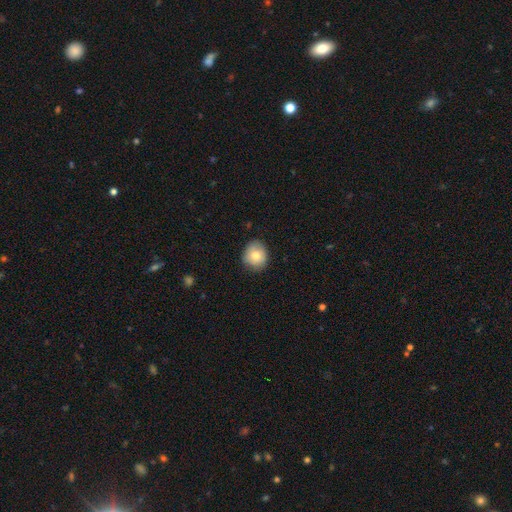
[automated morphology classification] Smooth or featured? smooth (79%)
How rounded? round (81%)
Merging? none (82%)